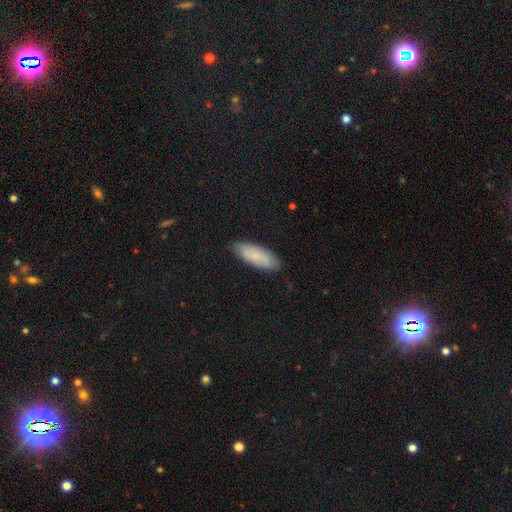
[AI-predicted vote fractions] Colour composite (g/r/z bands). It shows a smooth galaxy with no disk features (79%) that is in between round and cigar-shaped (71%). Merging: none (83%).